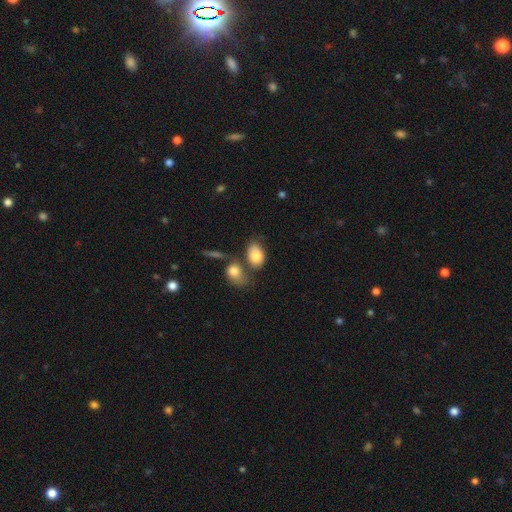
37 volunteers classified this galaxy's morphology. This appears to be a smooth galaxy with no disk features (92%) that is in between round and cigar-shaped (85%). Merging: none (43%).